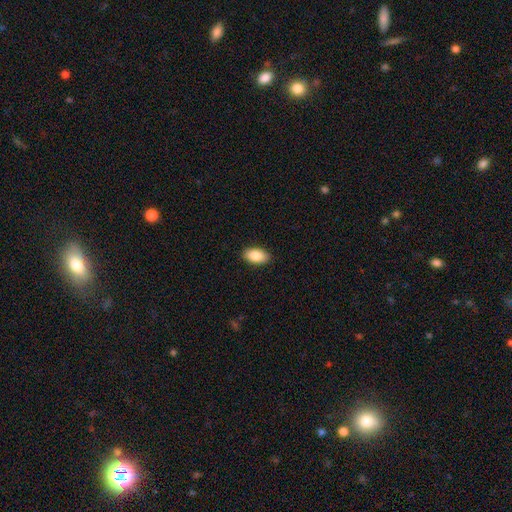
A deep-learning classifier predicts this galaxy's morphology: Smooth or featured? Predicted: smooth (p=0.87). How rounded? Predicted: in between (p=0.94). Merging? Predicted: none (p=0.89).